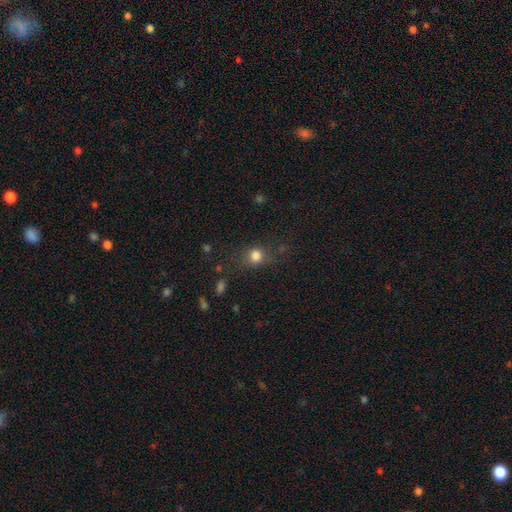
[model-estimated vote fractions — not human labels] Morphology: type=smooth (79%); roundness=round (74%); merging=none (72%).